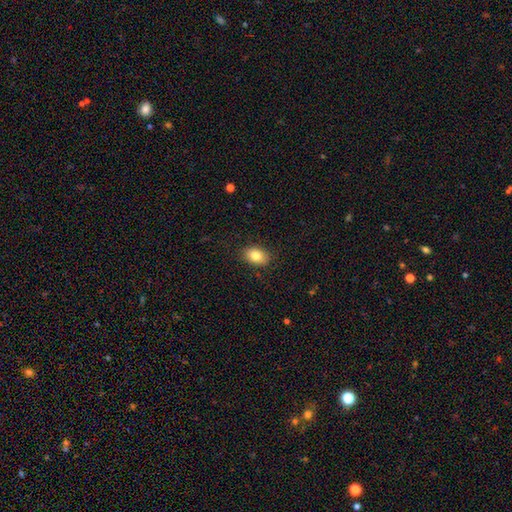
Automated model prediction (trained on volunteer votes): smooth-or-featured: smooth: 82% | featured or disk: 9% | star or artifact: 9%
  how-rounded: in between: 79% | round: 20% | cigar-shaped: 1%
  merging: none: 88% | minor disturbance: 9% | major disturbance: 2% | merger: 1%